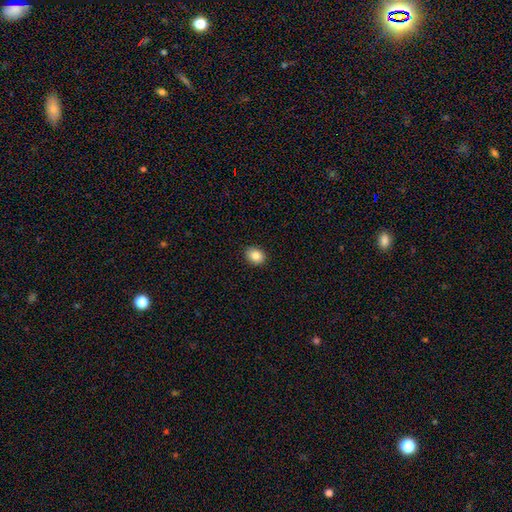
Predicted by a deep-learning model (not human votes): smooth-or-featured: smooth: 86% | star or artifact: 9% | featured or disk: 5%
  how-rounded: in between: 50% | round: 49% | cigar-shaped: 1%
  merging: none: 90% | minor disturbance: 7% | major disturbance: 2% | merger: 1%